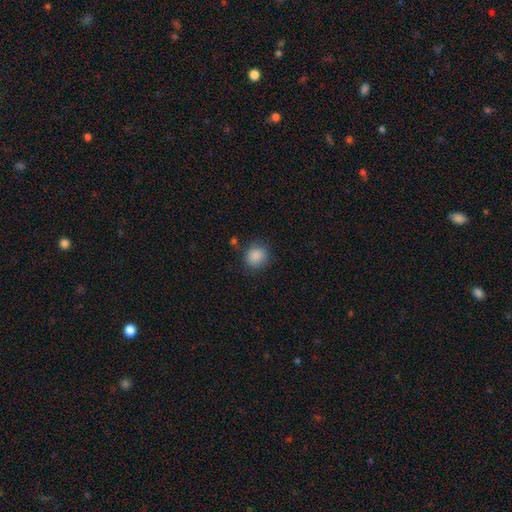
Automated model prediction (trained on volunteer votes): Smooth or featured? Predicted: smooth (p=0.87). How rounded? Predicted: round (p=0.75). Merging? Predicted: none (p=0.81).